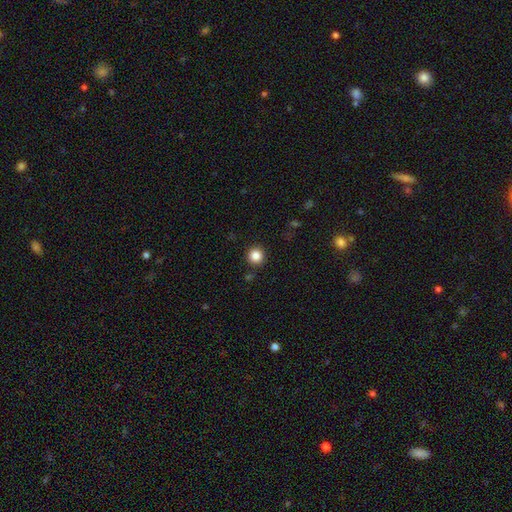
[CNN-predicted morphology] type=smooth (84%); roundness=round (95%); merging=none (90%).